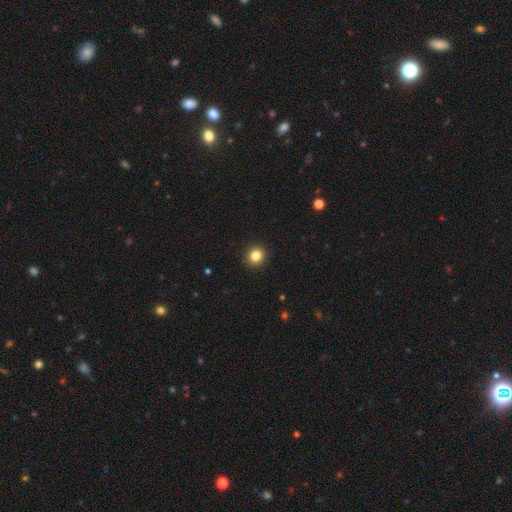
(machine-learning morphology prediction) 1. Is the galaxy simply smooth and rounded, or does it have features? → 84% smooth, 11% star or artifact, 5% featured or disk.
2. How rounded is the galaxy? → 86% round, 13% in between, 1% cigar-shaped.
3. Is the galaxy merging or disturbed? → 92% none, 5% minor disturbance, 2% major disturbance, 1% merger.